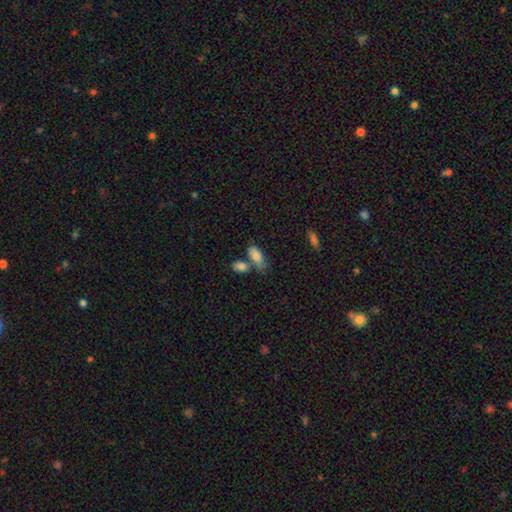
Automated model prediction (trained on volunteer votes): This is clearly a smooth galaxy (83%). How rounded: clearly in between (87%). Merging: marginally none (44%).